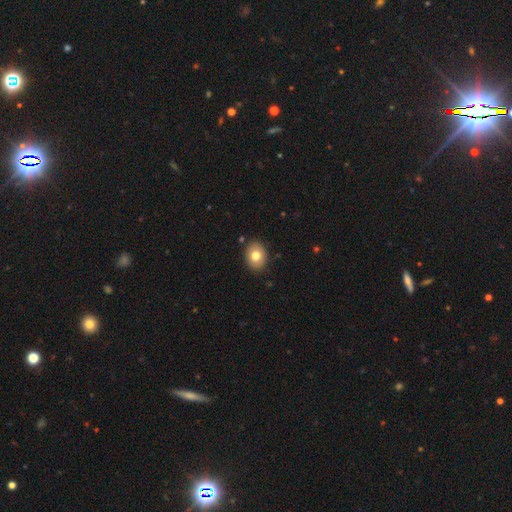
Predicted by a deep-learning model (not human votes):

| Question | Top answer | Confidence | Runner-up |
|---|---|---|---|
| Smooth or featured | smooth | 77% | featured or disk (14%) |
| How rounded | in between | 61% | round (38%) |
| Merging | none | 88% | minor disturbance (9%) |